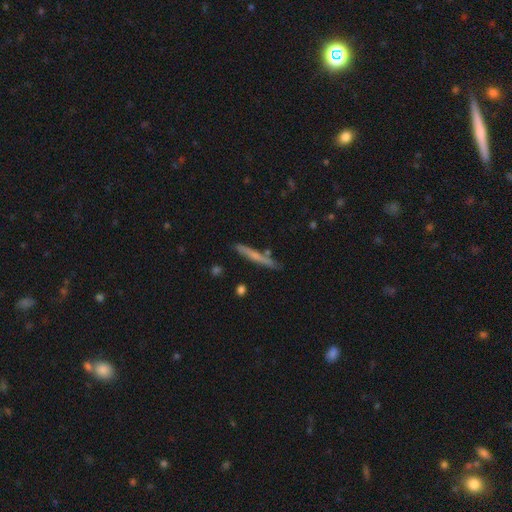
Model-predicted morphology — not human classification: A smooth galaxy with no disk features (49%). Merging: none (82%).